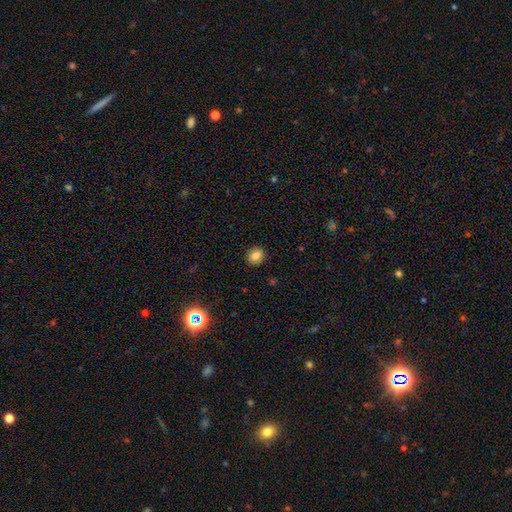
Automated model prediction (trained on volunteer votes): The model was most divided on "how rounded": round: 72%, in between: 27%, cigar-shaped: 1%. More confident: merging — none (90%); smooth or featured — smooth (82%).